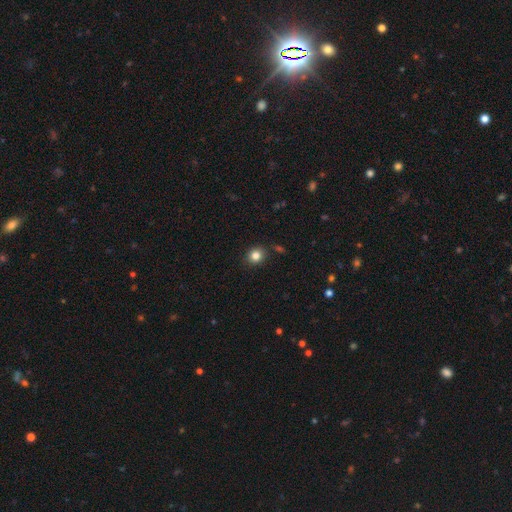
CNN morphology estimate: Smooth or featured?
  - smooth: 83% *
  - star or artifact: 11%
  - featured or disk: 6%
How rounded?
  - round: 76% *
  - in between: 23%
  - cigar-shaped: 1%
Merging?
  - none: 87% *
  - minor disturbance: 8%
  - merger: 2%
  - major disturbance: 2%